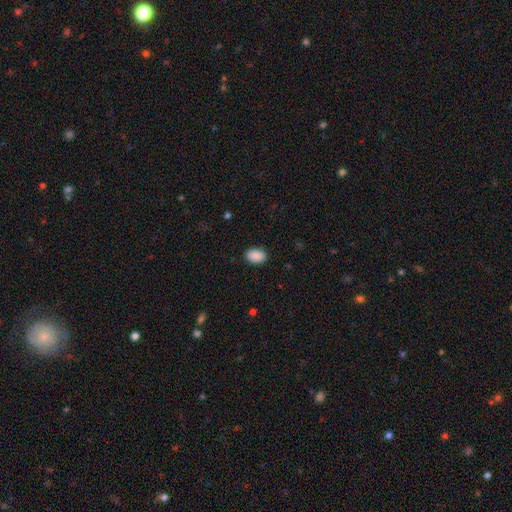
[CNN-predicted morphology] This appears to be a smooth galaxy with no disk features (90%) that is in between round and cigar-shaped (86%). Merging: none (88%).